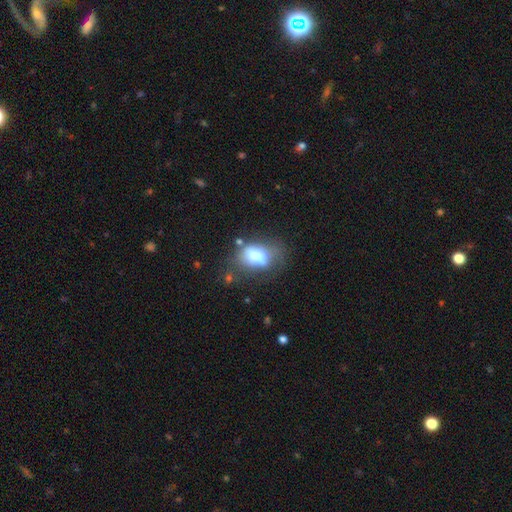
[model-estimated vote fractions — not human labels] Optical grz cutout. It shows a smooth galaxy with no disk features (65%) that is in between round and cigar-shaped (80%). Merging: none (35%).